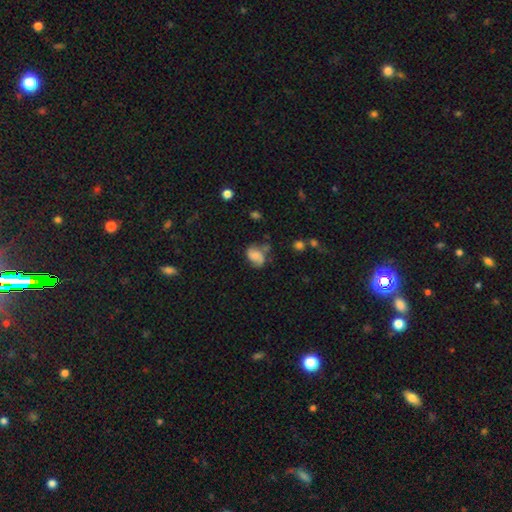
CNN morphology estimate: Smooth or featured?
  - smooth: 52% *
  - featured or disk: 37%
  - star or artifact: 10%
How rounded?
  - in between: 73% *
  - round: 26%
  - cigar-shaped: 1%
Merging?
  - none: 46% *
  - minor disturbance: 30%
  - major disturbance: 16%
  - merger: 8%